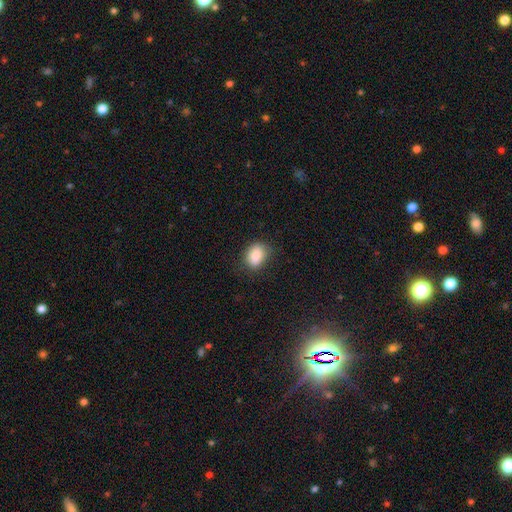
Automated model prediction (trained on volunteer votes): Overall: smooth (88%). How rounded: in between (77%). Merging: none (76%).